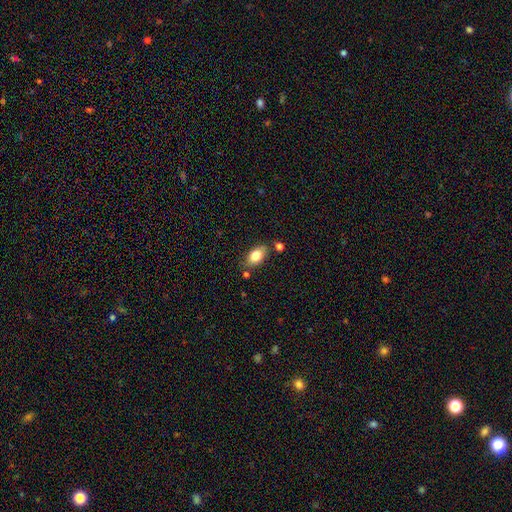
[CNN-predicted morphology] Smooth or featured?
  - smooth: 79% *
  - featured or disk: 13%
  - star or artifact: 8%
How rounded?
  - in between: 88% *
  - round: 9%
  - cigar-shaped: 4%
Merging?
  - none: 74% *
  - minor disturbance: 16%
  - merger: 7%
  - major disturbance: 4%